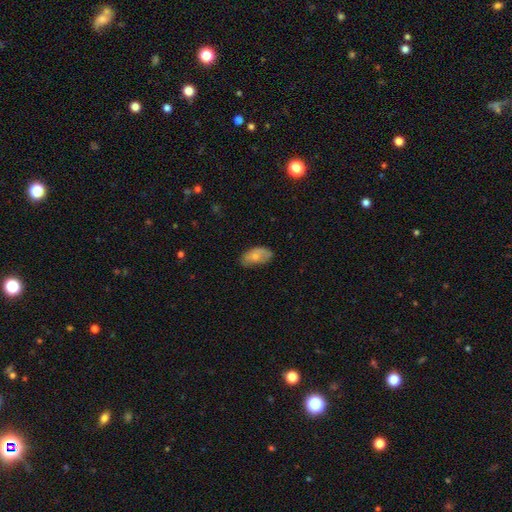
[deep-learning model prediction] smooth_or_featured: smooth (p=0.65) [alt: featured or disk p=0.28]
how_rounded: in between (p=0.92) [alt: round p=0.05]
merging: none (p=0.56) [alt: minor disturbance p=0.32]